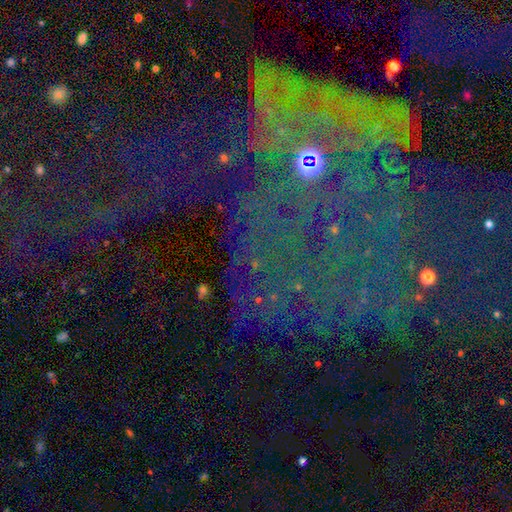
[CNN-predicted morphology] Q: Smooth or featured?
A: star or artifact (63%); runner-up: featured or disk (23%)